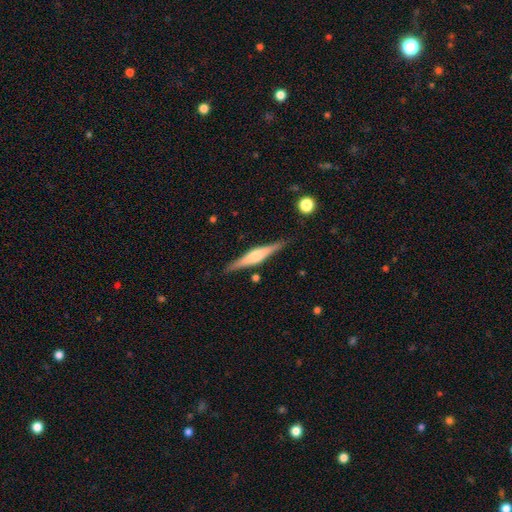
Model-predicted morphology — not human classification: Smooth or featured? Predicted: featured or disk (p=0.68). Edge-on disk? Predicted: yes (p=0.97). Edge-on bulge? Predicted: rounded (p=0.76). Merging? Predicted: none (p=0.87).